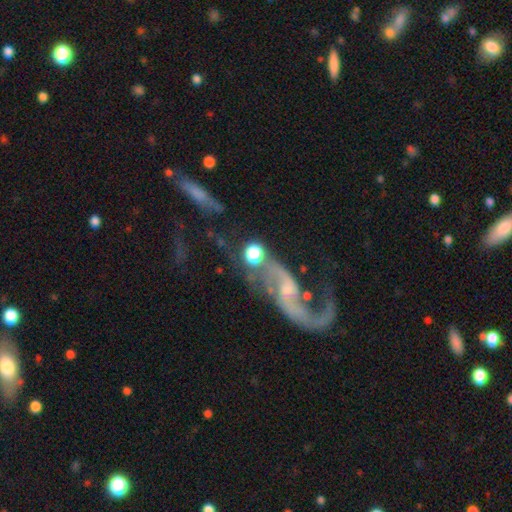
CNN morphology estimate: featured or disk 80%, star or artifact 11%, smooth 9%. Down the decision tree: edge-on disk — no (92%); bar — no (51%); spiral arms — yes (87%); spiral arm count — 2 (64%); spiral winding — loose (72%); bulge size — small (58%); merging — merger (32%).